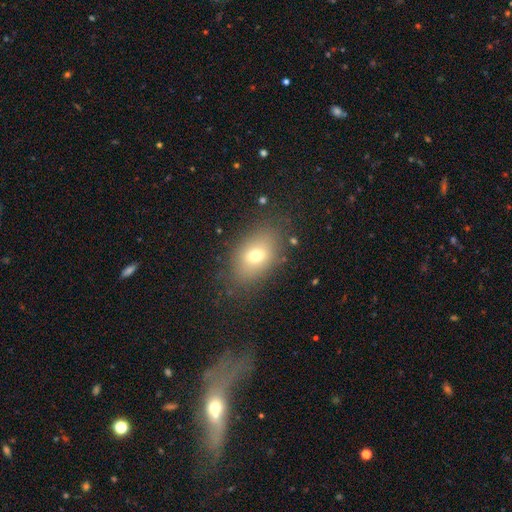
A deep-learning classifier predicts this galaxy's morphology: This appears to be a smooth galaxy with no disk features (70%) that is in between round and cigar-shaped (81%). Merging: none (80%).